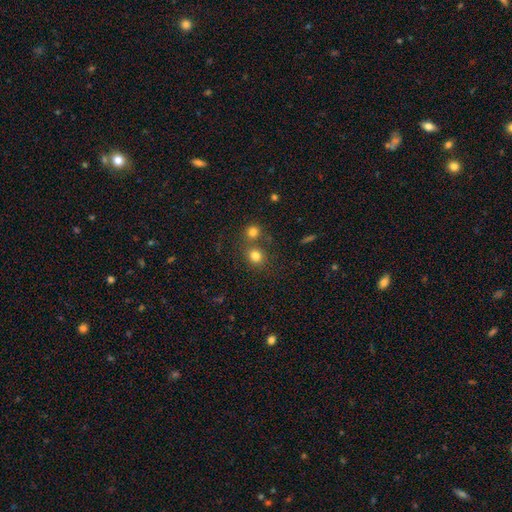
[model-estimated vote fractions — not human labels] smooth_or_featured: smooth (p=0.79) [alt: star or artifact p=0.14]
how_rounded: round (p=0.81) [alt: in between p=0.18]
merging: none (p=0.63) [alt: merger p=0.25]